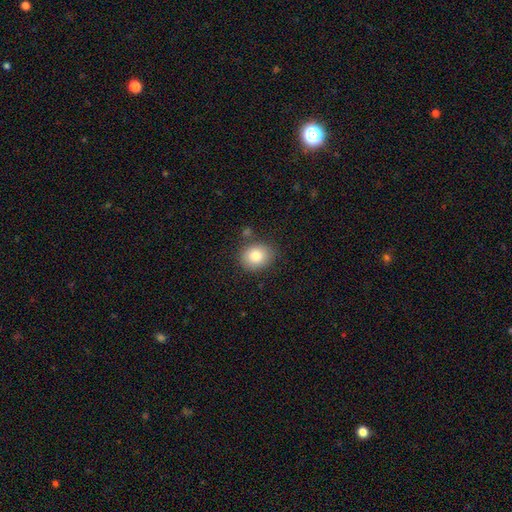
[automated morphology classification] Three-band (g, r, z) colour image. It shows a smooth galaxy with no disk features (83%) that is round (60%). Merging: none (79%).